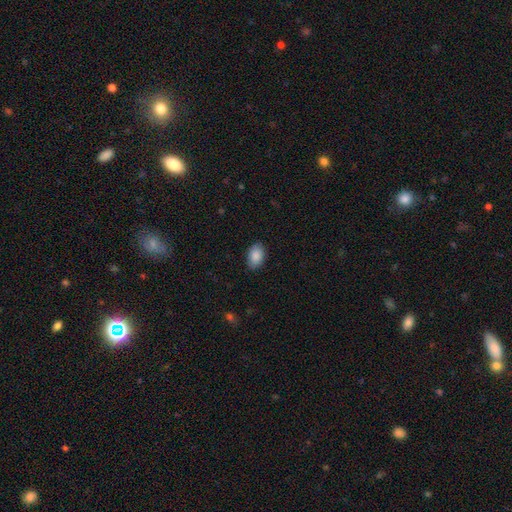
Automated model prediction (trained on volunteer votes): A smooth galaxy with no disk features (89%) that is in between round and cigar-shaped (90%).

Vote fractions:
- Smooth or featured? smooth: 89% / star or artifact: 7% / featured or disk: 5%
- How rounded? in between: 90% / round: 9% / cigar-shaped: 1%
- Merging? none: 87% / minor disturbance: 10% / major disturbance: 2% / merger: 1%